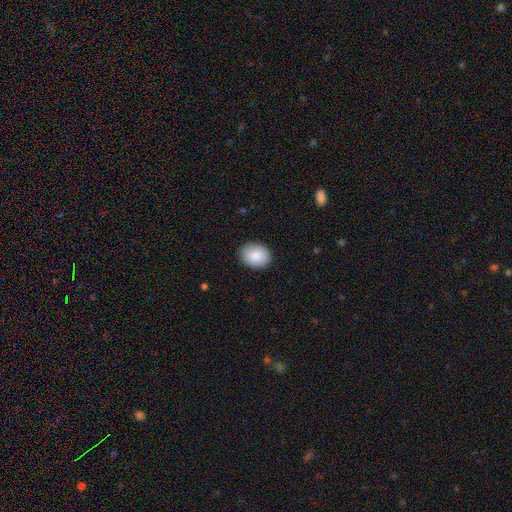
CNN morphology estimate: smooth-or-featured: smooth: 88% | star or artifact: 6% | featured or disk: 6%
  how-rounded: in between: 62% | round: 37% | cigar-shaped: 1%
  merging: none: 88% | minor disturbance: 9% | major disturbance: 2% | merger: 1%